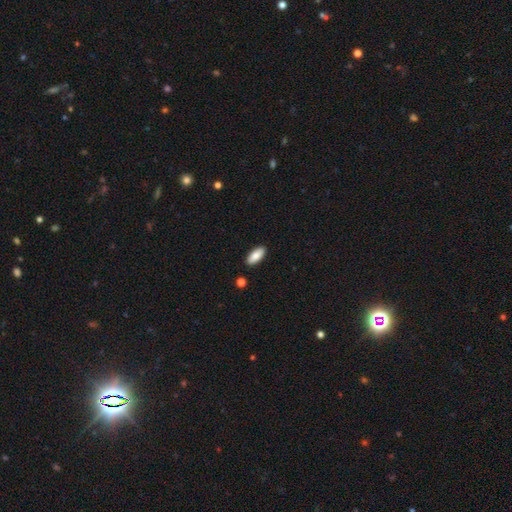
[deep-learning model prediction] smooth 85%, featured or disk 9%, star or artifact 6%. Down the decision tree: how rounded — in between (81%); merging — none (89%).